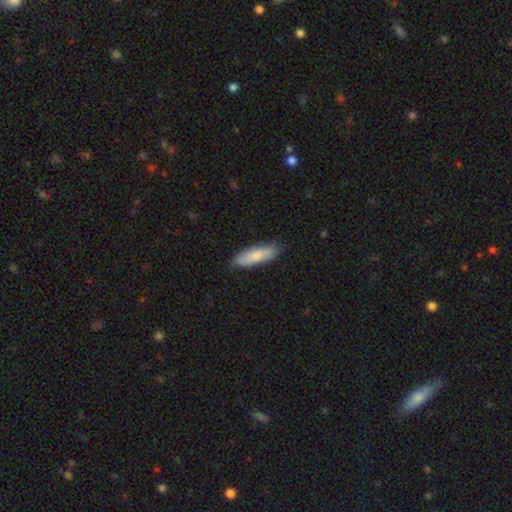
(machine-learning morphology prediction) Smooth or featured? Predicted: smooth (p=0.78). How rounded? Predicted: in between (p=0.52). Merging? Predicted: none (p=0.81).